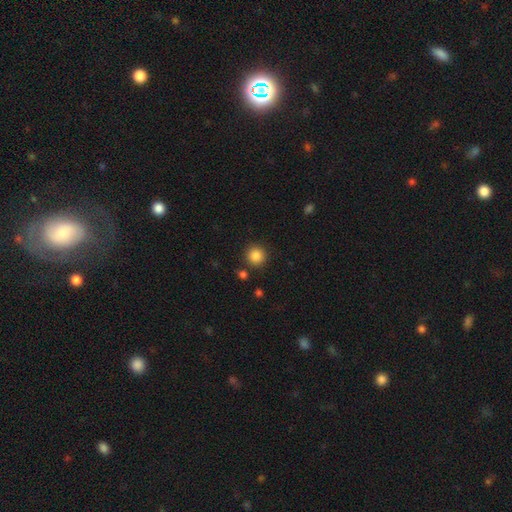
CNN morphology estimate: smooth-or-featured: smooth: 86% | star or artifact: 10% | featured or disk: 4%
  how-rounded: round: 94% | in between: 5% | cigar-shaped: 1%
  merging: none: 87% | minor disturbance: 6% | merger: 4% | major disturbance: 2%